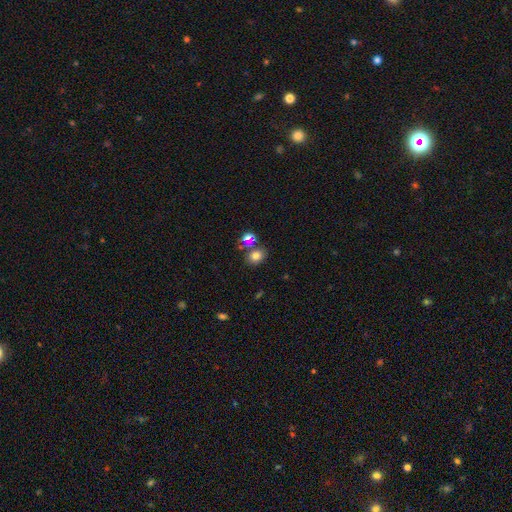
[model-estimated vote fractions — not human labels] Smooth or featured? Predicted: smooth (p=0.77). How rounded? Predicted: round (p=0.50). Merging? Predicted: none (p=0.58).